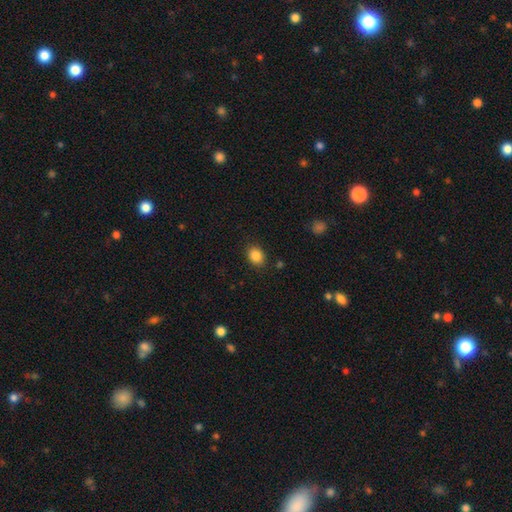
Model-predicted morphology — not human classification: type=smooth (85%); roundness=in between (51%); merging=none (86%).